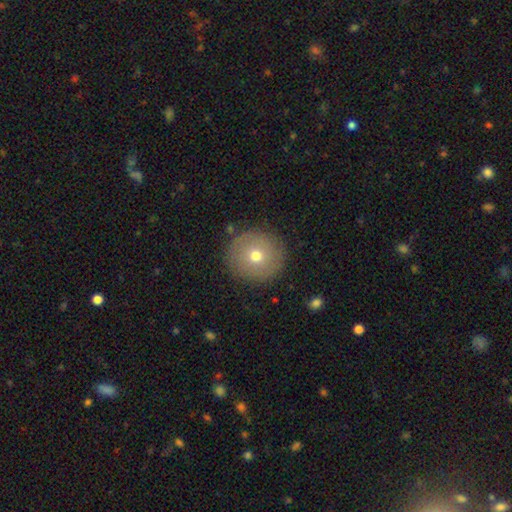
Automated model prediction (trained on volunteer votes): Smooth or featured? Predicted: smooth (p=0.66). How rounded? Predicted: round (p=0.95). Merging? Predicted: none (p=0.87).